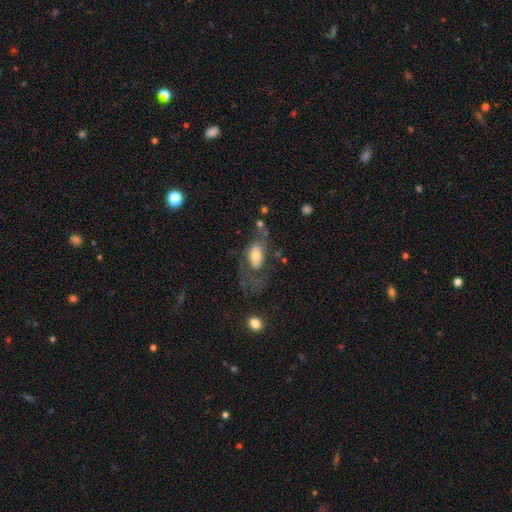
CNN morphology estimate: Smooth or featured: smooth — 52% (featured or disk — 40%)
How rounded: in between — 87% (round — 8%)
Merging: major disturbance — 39% (none — 36%)